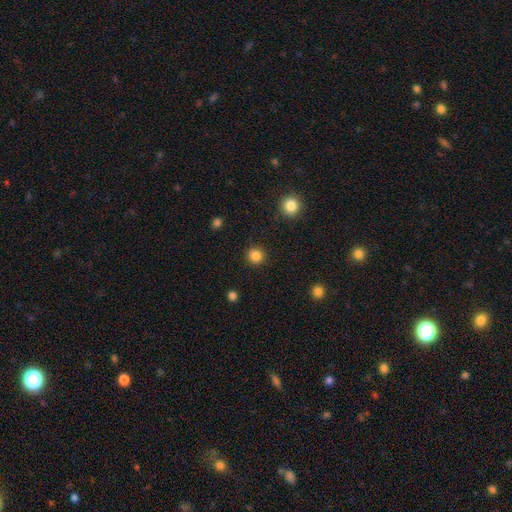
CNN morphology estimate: Smooth or featured? smooth (85%)
How rounded? round (92%)
Merging? none (91%)